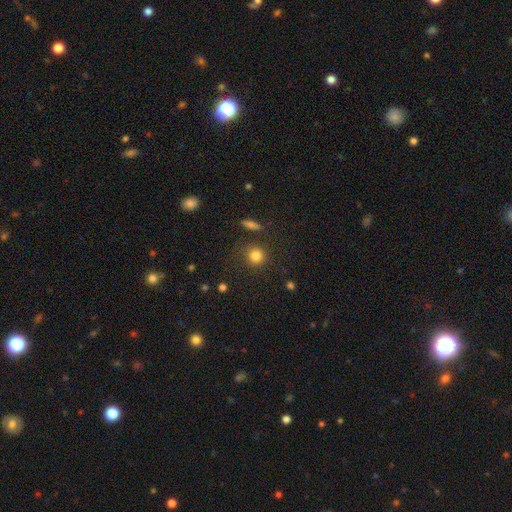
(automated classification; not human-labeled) Overall: smooth (83%). How rounded: round (89%). Merging: none (82%).